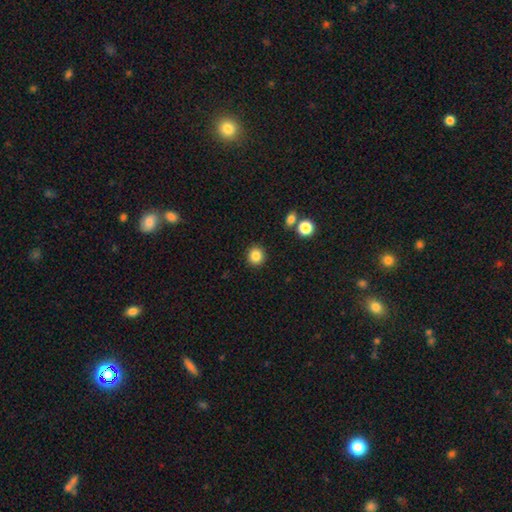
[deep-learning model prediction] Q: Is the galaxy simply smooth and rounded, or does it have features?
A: smooth — 85%.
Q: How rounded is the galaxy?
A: round — 90%.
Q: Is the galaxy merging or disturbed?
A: none — 91%.